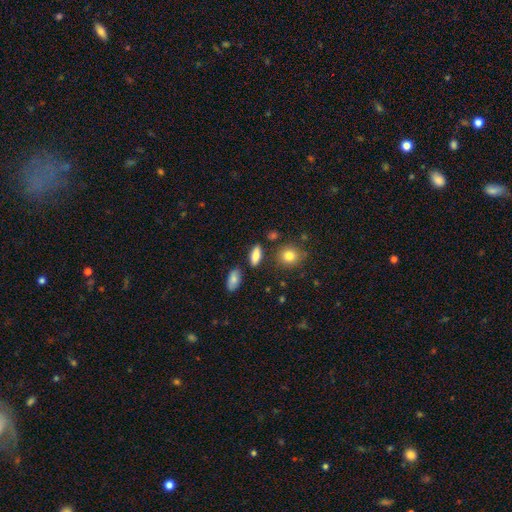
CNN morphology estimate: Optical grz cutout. It shows a smooth galaxy with no disk features (77%) that is in between round and cigar-shaped (71%). Merging: none (82%).